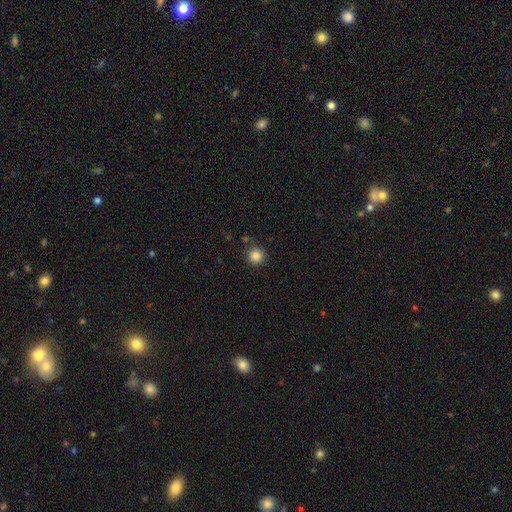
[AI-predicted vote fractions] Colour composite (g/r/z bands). It shows a smooth galaxy with no disk features (85%) that is round (94%). Merging: none (83%).